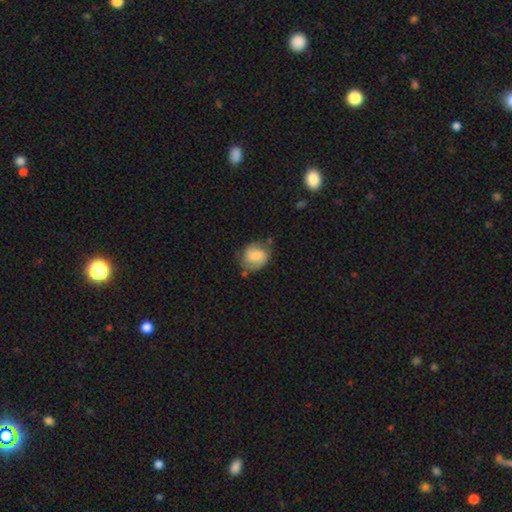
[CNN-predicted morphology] Smooth or featured? featured or disk (55%)
Edge-on disk? no (97%)
Bar? no (49%)
Spiral arms? yes (89%)
Bulge size? moderate (44%)
Merging? none (65%)